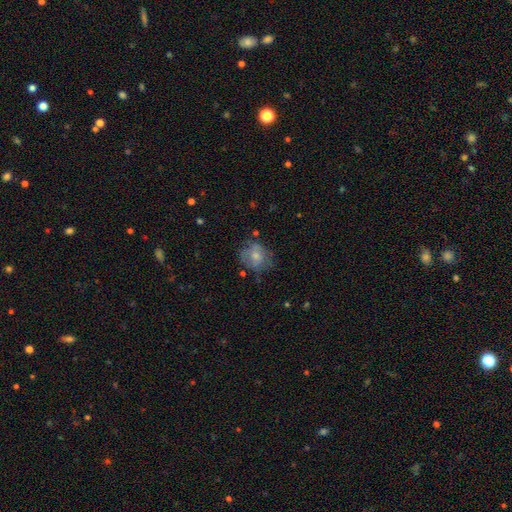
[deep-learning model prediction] Overall: smooth (60%; featured or disk 31%). How rounded: round (66%; in between 33%). Merging: none (55%; minor disturbance 28%).